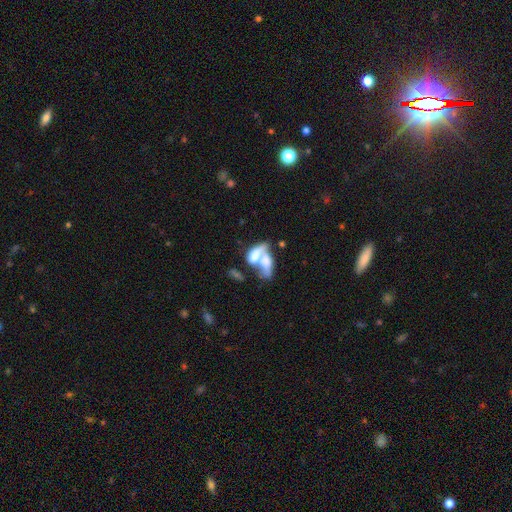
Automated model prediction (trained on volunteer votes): Smooth or featured? Predicted: smooth (p=0.52). How rounded? Predicted: in between (p=0.86). Merging? Predicted: merger (p=0.70).